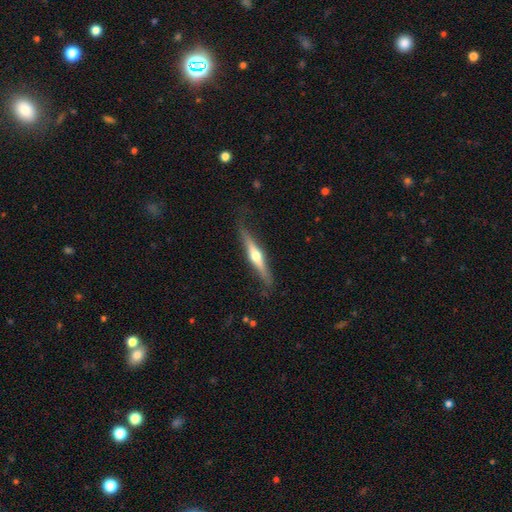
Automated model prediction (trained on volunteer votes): The model was most divided on "smooth or featured": featured or disk: 68%, smooth: 27%, star or artifact: 5%. More confident: edge-on disk — yes (96%); edge-on bulge — rounded (93%); merging — none (78%).